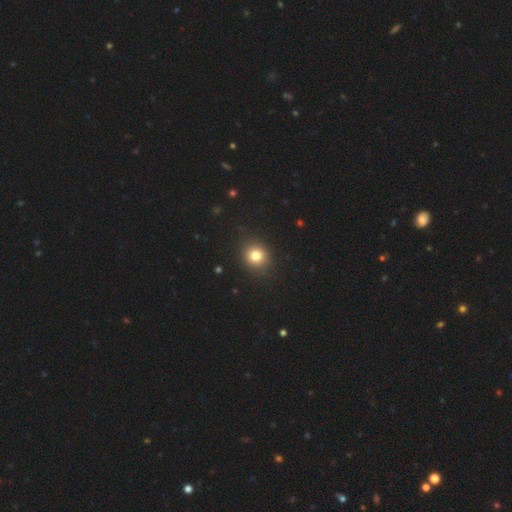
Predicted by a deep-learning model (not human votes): This is likely a smooth galaxy (80%). How rounded: clearly round (81%). Merging: clearly none (89%).